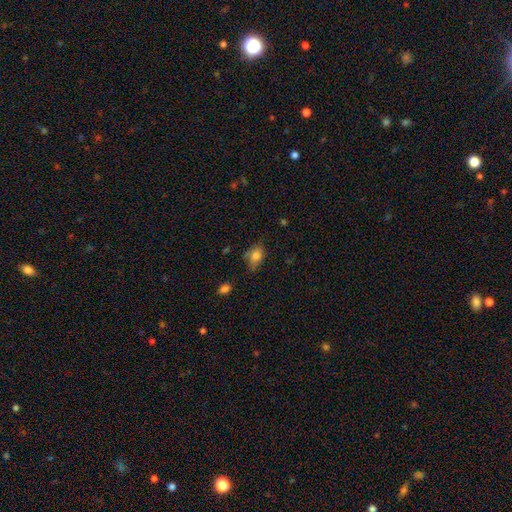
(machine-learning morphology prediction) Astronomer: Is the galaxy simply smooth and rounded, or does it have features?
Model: smooth — 78%.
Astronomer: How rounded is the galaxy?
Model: in between — 70%.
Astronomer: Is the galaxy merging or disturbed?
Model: none — 56% (runner-up: minor disturbance, 32%).